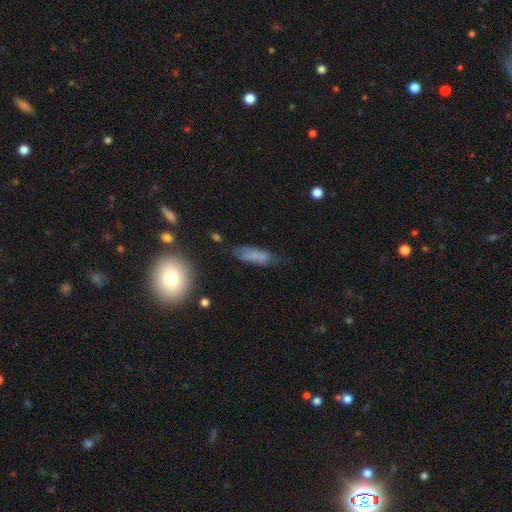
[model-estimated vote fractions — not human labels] smooth-or-featured: smooth: 64% | featured or disk: 25% | star or artifact: 11%
  how-rounded: in between: 51% | cigar-shaped: 46% | round: 3%
  merging: none: 55% | minor disturbance: 28% | major disturbance: 12% | merger: 4%